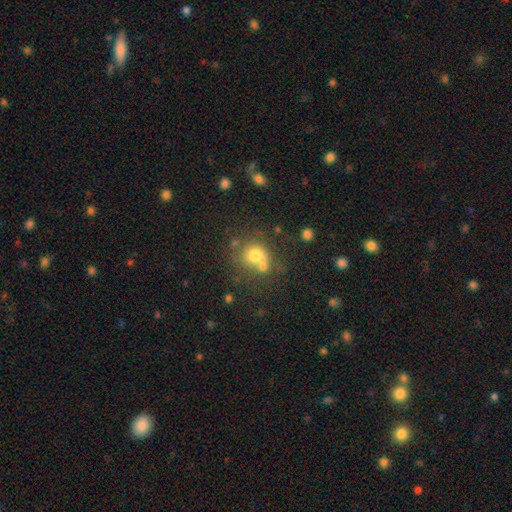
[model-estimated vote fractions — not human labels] smooth-or-featured: smooth: 69% | star or artifact: 16% | featured or disk: 15%
  how-rounded: round: 77% | in between: 22% | cigar-shaped: 1%
  merging: none: 45% | merger: 33% | minor disturbance: 14% | major disturbance: 8%